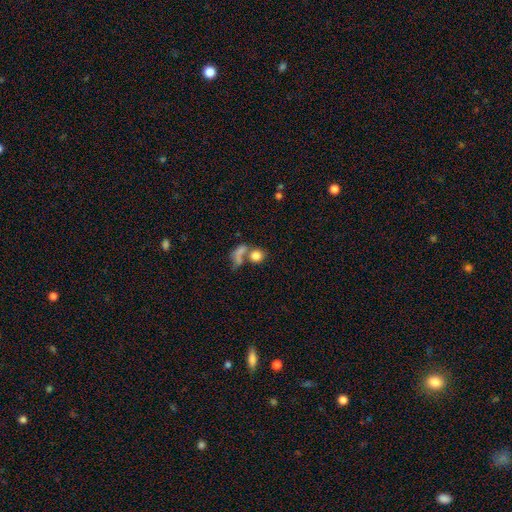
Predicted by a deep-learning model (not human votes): A smooth galaxy with no disk features (78%) that is round (71%). Merging: merger (46%).